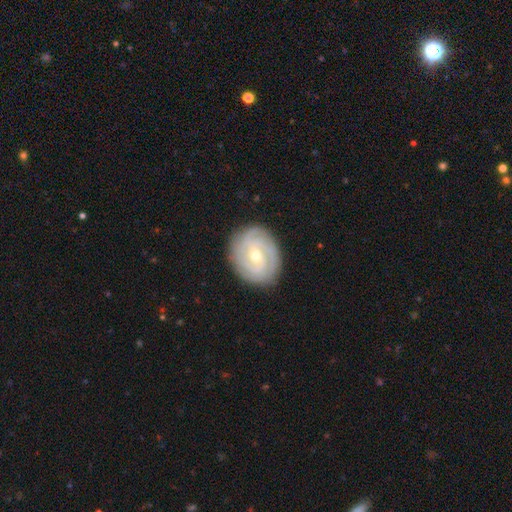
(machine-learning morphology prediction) featured or disk 84%, smooth 10%, star or artifact 6%. Down the decision tree: edge-on disk — no (97%); bar — no (44%); spiral arms — yes (96%); spiral arm count — 3 (30%); spiral winding — tight (75%); bulge size — small (53%); merging — none (86%).